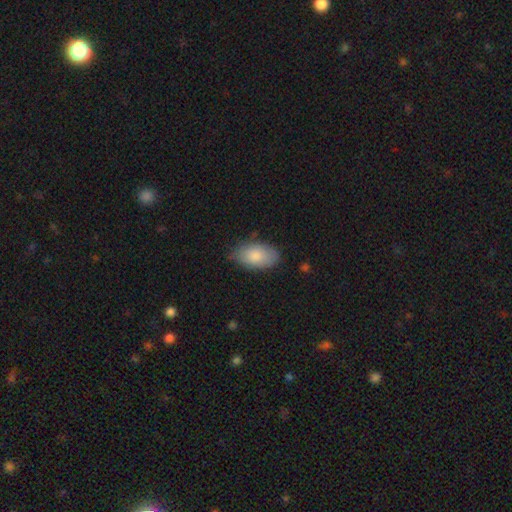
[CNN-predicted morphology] Smooth or featured?
  - smooth: 83% *
  - featured or disk: 11%
  - star or artifact: 6%
How rounded?
  - in between: 93% *
  - round: 5%
  - cigar-shaped: 1%
Merging?
  - none: 74% *
  - minor disturbance: 21%
  - major disturbance: 4%
  - merger: 1%